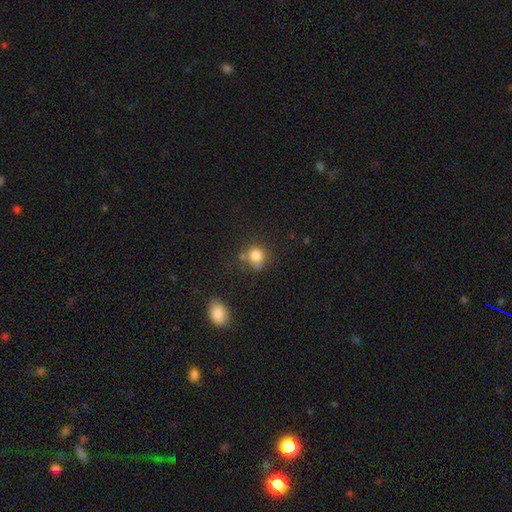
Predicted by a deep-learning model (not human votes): Smooth or featured?
  - smooth: 80% *
  - star or artifact: 12%
  - featured or disk: 8%
How rounded?
  - round: 83% *
  - in between: 16%
  - cigar-shaped: 1%
Merging?
  - none: 57% *
  - minor disturbance: 20%
  - merger: 15%
  - major disturbance: 8%